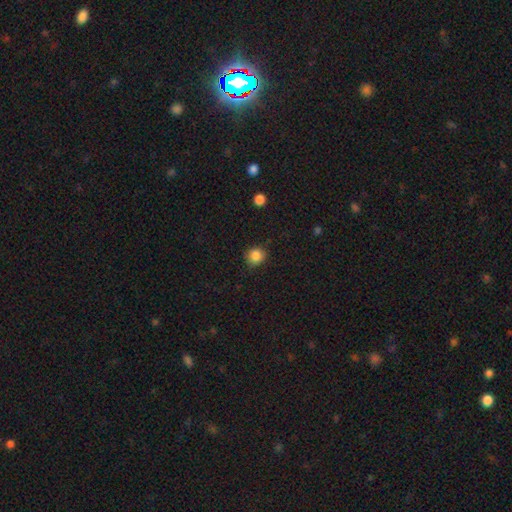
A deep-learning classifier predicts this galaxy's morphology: This is clearly a smooth galaxy (86%). How rounded: clearly round (88%). Merging: clearly none (83%).